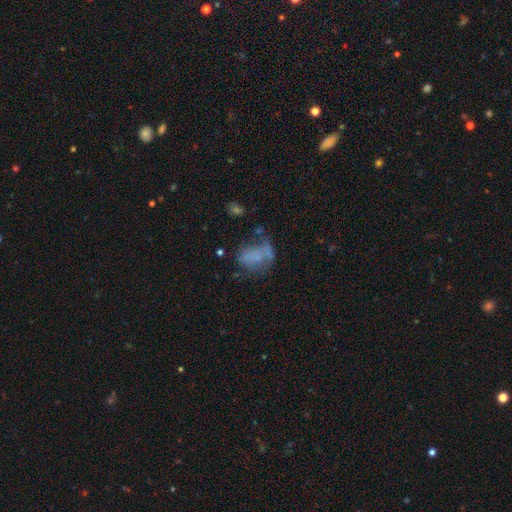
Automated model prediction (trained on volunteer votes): Smooth or featured? smooth (50%)
How rounded? in between (74%)
Merging? major disturbance (33%)